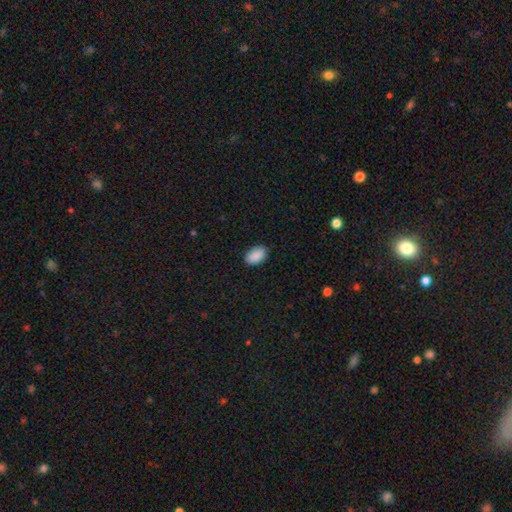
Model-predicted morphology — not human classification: type=smooth (90%); roundness=in between (90%); merging=none (88%).